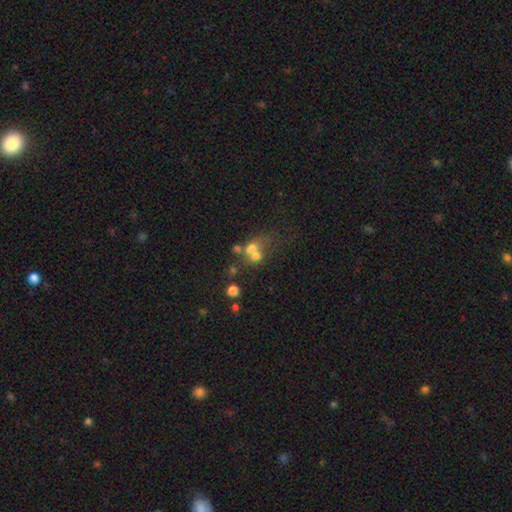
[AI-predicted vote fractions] The model was most divided on "how rounded": round: 60%, in between: 38%, cigar-shaped: 2%. More confident: merging — merger (56%); smooth or featured — smooth (56%).